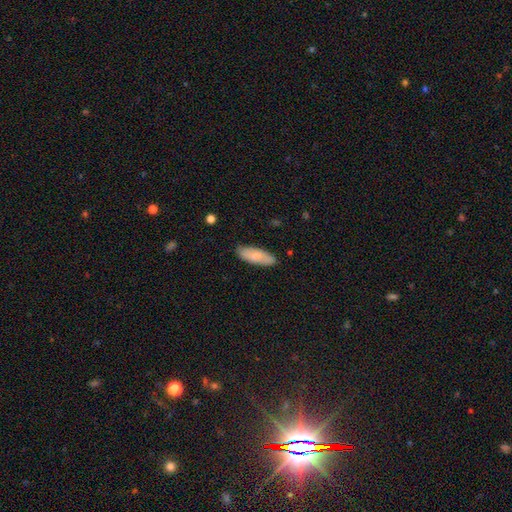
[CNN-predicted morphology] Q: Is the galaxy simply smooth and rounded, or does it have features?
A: smooth — 81%.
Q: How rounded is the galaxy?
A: in between — 63%.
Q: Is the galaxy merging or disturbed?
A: none — 85%.